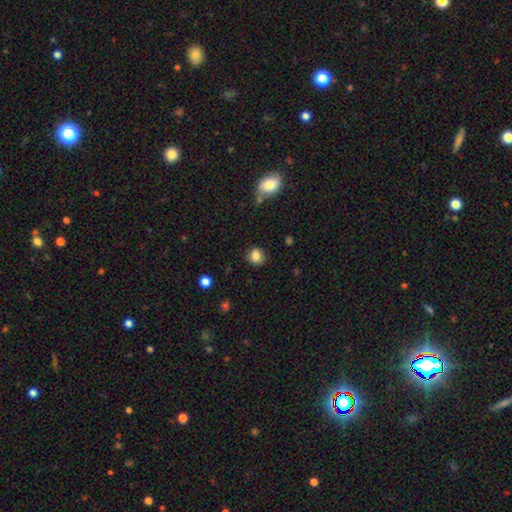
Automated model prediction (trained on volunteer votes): Smooth or featured?
  - smooth: 84% *
  - star or artifact: 10%
  - featured or disk: 5%
How rounded?
  - round: 79% *
  - in between: 20%
  - cigar-shaped: 1%
Merging?
  - none: 83% *
  - minor disturbance: 12%
  - major disturbance: 3%
  - merger: 2%